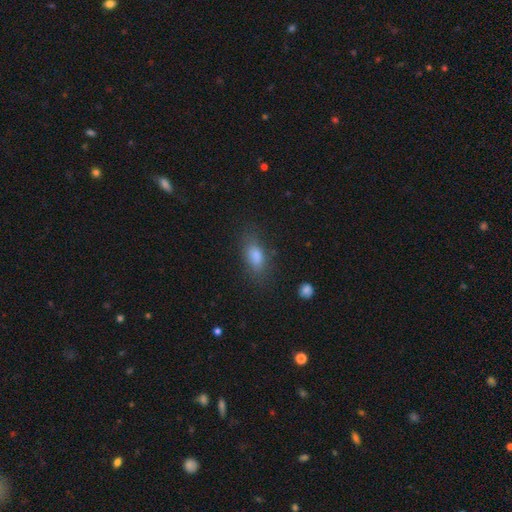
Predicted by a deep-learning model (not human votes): Q: Smooth or featured?
A: smooth (78%); runner-up: star or artifact (11%)
Q: How rounded?
A: in between (80%); runner-up: cigar-shaped (12%)
Q: Merging?
A: none (76%); runner-up: minor disturbance (16%)